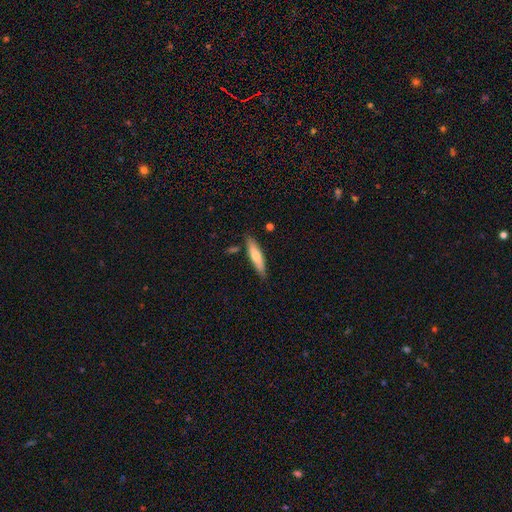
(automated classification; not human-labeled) Smooth or featured? smooth (66%)
How rounded? cigar-shaped (74%)
Merging? none (82%)